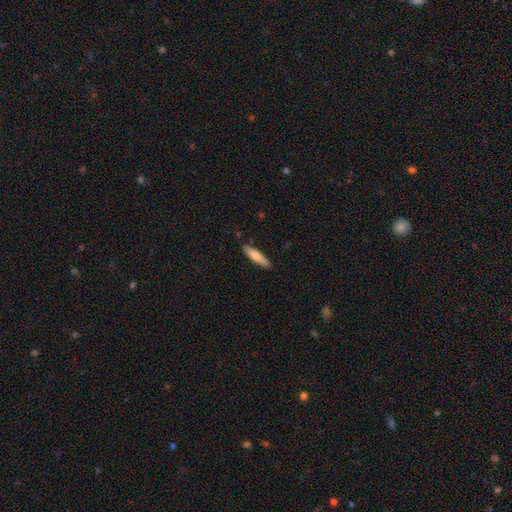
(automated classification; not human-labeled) A smooth galaxy with no disk features (68%) that is cigar-shaped (79%). Merging: none (85%).